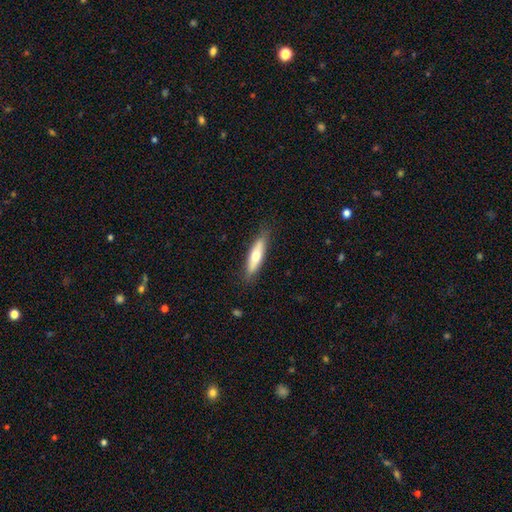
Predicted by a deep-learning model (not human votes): Smooth or featured? smooth (59%)
How rounded? cigar-shaped (69%)
Merging? none (85%)